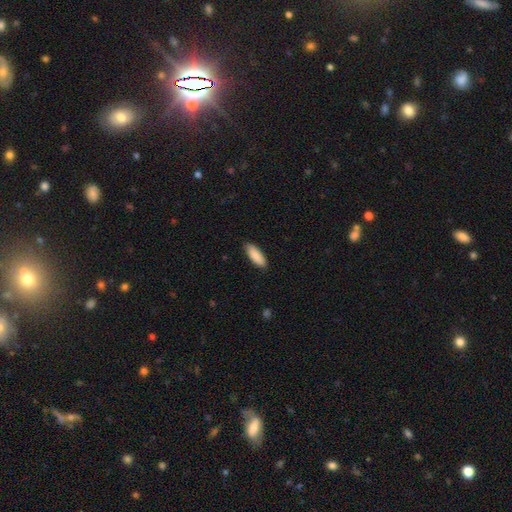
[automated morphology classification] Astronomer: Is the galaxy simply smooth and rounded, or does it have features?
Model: smooth — 89%.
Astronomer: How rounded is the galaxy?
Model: in between — 63%.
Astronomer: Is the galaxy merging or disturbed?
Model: none — 88%.